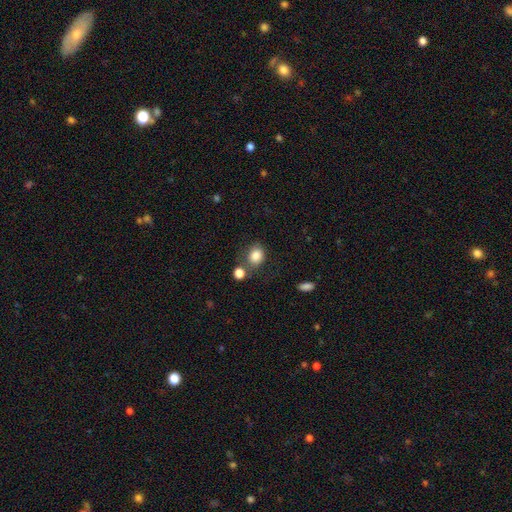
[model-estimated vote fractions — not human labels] A smooth galaxy with no disk features (84%) that is round (50%).

Vote fractions:
- Smooth or featured? smooth: 84% / star or artifact: 9% / featured or disk: 7%
- How rounded? round: 50% / in between: 49% / cigar-shaped: 1%
- Merging? none: 59% / minor disturbance: 17% / merger: 17% / major disturbance: 7%